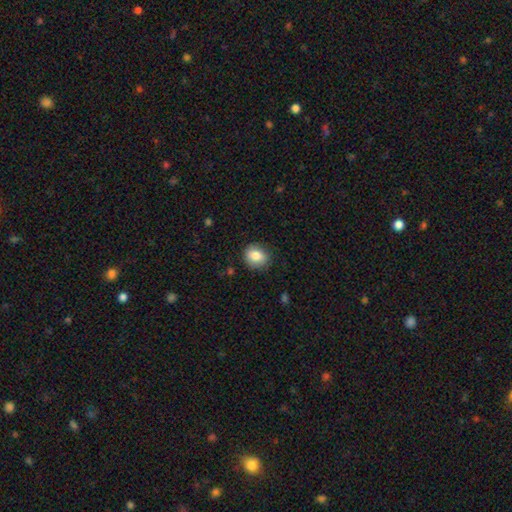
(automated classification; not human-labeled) smooth_or_featured: smooth (p=0.84) [alt: star or artifact p=0.08]
how_rounded: round (p=0.66) [alt: in between p=0.33]
merging: none (p=0.85) [alt: minor disturbance p=0.11]